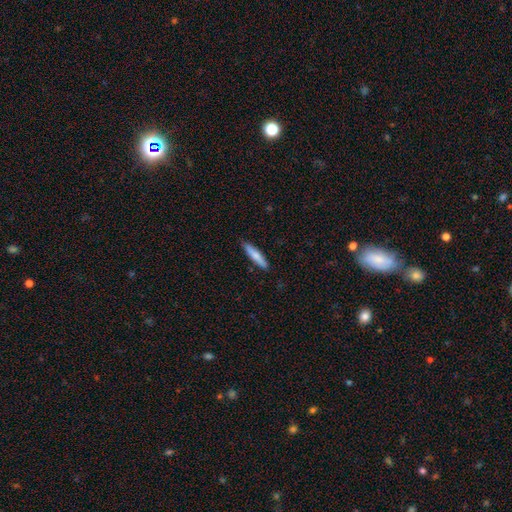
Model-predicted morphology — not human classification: smooth 75%, featured or disk 19%, star or artifact 5%. Down the decision tree: how rounded — cigar-shaped (87%); merging — none (88%).